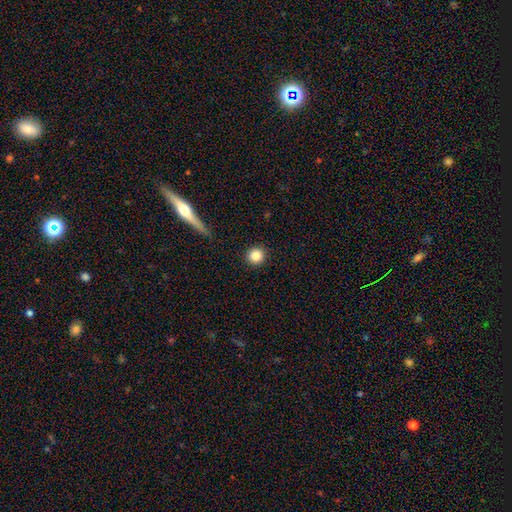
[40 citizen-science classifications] Volunteers were most divided on "smooth or featured": smooth: 72%, featured or disk: 20%, star or artifact: 8%. More confident: how rounded — round (97%); merging — none (92%).